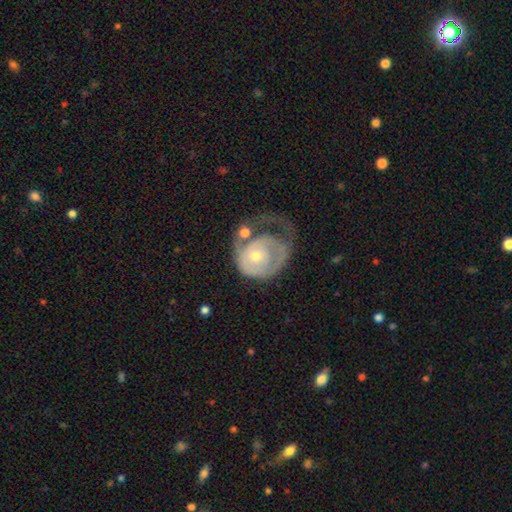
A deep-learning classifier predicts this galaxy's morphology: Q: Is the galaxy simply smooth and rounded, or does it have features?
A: featured or disk — 68%.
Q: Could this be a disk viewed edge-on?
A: no — 97%.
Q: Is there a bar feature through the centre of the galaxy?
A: no — 82%.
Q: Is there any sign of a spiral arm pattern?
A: yes — 64%.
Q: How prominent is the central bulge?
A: small — 47%, tied with moderate.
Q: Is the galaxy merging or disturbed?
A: major disturbance — 48%.